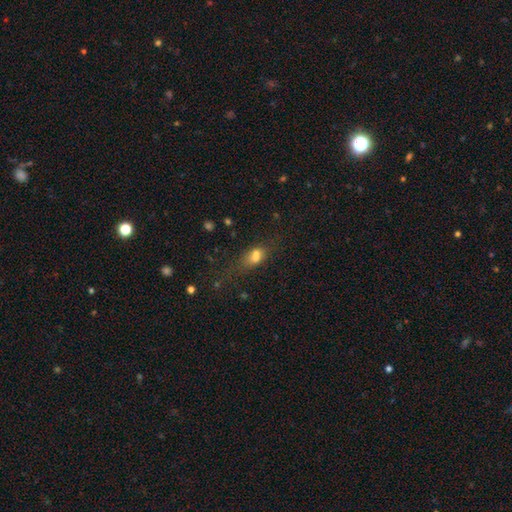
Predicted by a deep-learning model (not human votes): Q: Smooth or featured?
A: smooth (64%); runner-up: featured or disk (19%)
Q: How rounded?
A: in between (66%); runner-up: round (23%)
Q: Merging?
A: merger (39%); runner-up: none (35%)